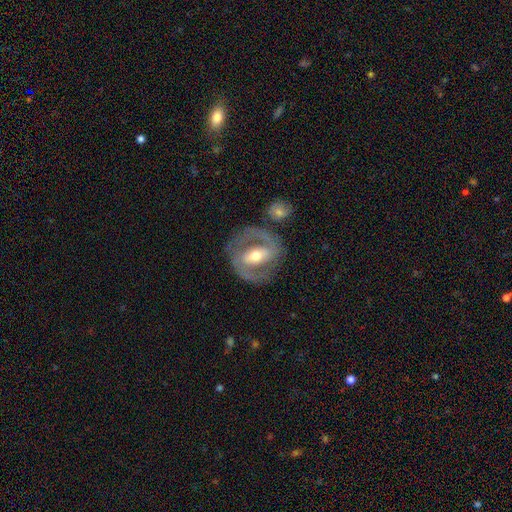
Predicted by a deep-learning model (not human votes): Morphology: type=featured or disk (83%); edge-on=no (94%); bar=strong (53%); spiral arms=yes (80%); winding=medium (44%, tied with tight); arm count=2 (83%); bulge=moderate (66%); merging=none (74%).